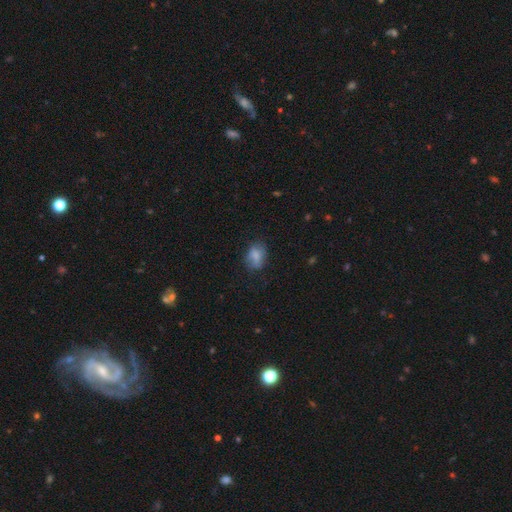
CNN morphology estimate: Smooth or featured? smooth (70%)
How rounded? in between (76%)
Merging? none (58%)